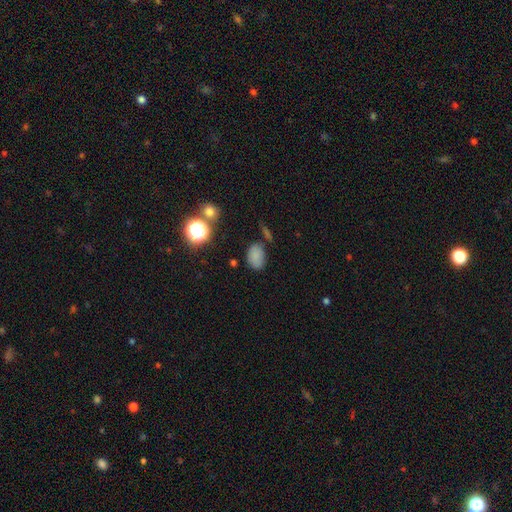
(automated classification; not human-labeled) The model was most divided on "merging": none: 70%, minor disturbance: 18%, merger: 7%, major disturbance: 5%. More confident: how rounded — in between (80%); smooth or featured — smooth (78%).